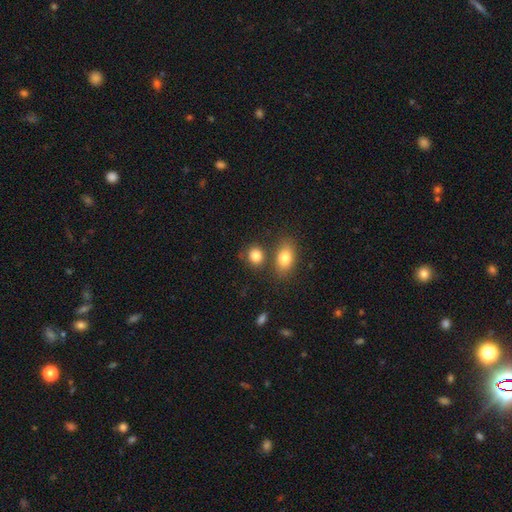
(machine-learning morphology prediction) The model was most divided on "how rounded": round: 63%, in between: 35%, cigar-shaped: 2%. More confident: smooth or featured — smooth (84%); merging — none (68%).